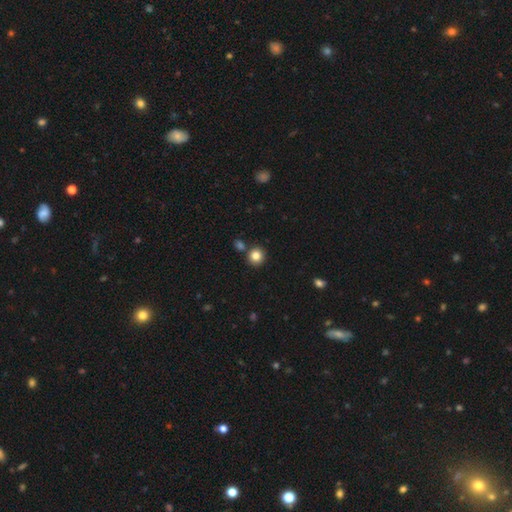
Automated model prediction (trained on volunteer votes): This is clearly a smooth galaxy (84%). How rounded: clearly round (91%). Merging: clearly none (81%).